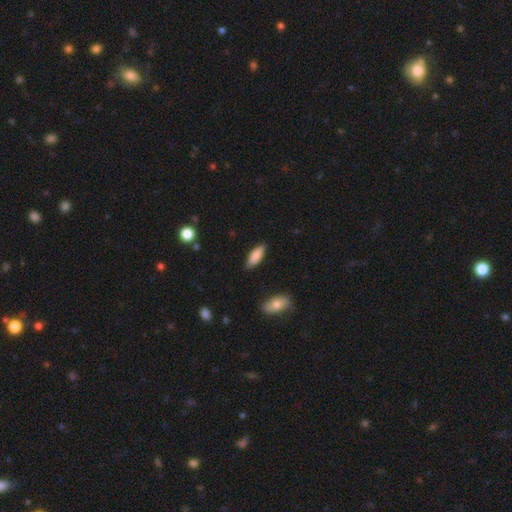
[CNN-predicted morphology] A smooth galaxy with no disk features (86%) that is in between round and cigar-shaped (73%).

Vote fractions:
- Smooth or featured? smooth: 86% / featured or disk: 8% / star or artifact: 6%
- How rounded? in between: 73% / cigar-shaped: 25% / round: 2%
- Merging? none: 85% / minor disturbance: 12% / major disturbance: 2% / merger: 2%